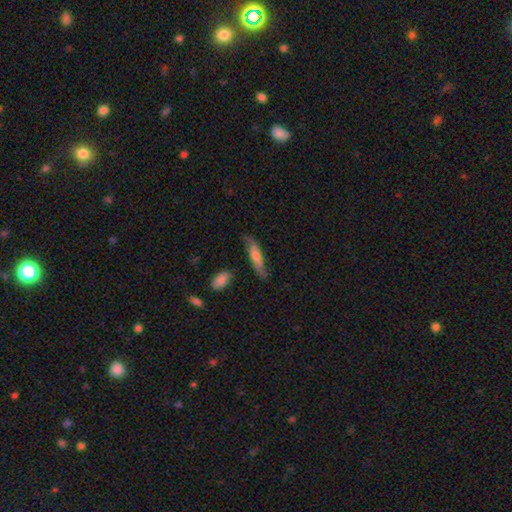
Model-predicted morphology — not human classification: smooth_or_featured: smooth (p=0.58) [alt: featured or disk p=0.35]
how_rounded: cigar-shaped (p=0.69) [alt: in between p=0.29]
merging: none (p=0.70) [alt: minor disturbance p=0.21]